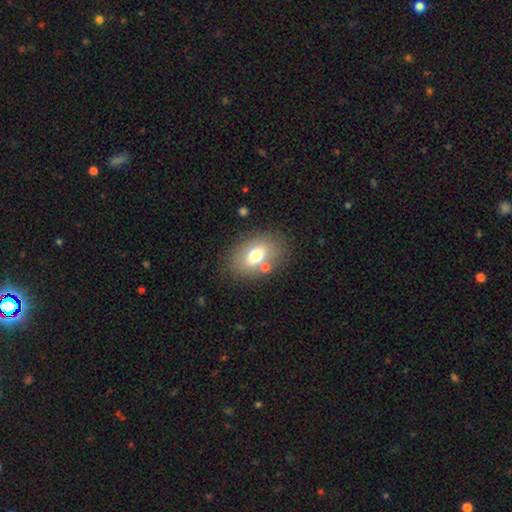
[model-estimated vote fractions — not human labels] This is likely a smooth galaxy (67%). How rounded: likely in between (80%). Merging: likely none (75%).